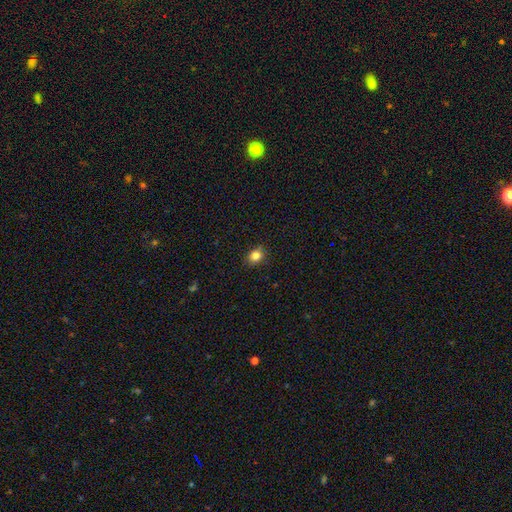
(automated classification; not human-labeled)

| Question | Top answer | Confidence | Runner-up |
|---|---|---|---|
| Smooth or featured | smooth | 82% | star or artifact (12%) |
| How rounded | round | 60% | in between (39%) |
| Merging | none | 86% | minor disturbance (10%) |